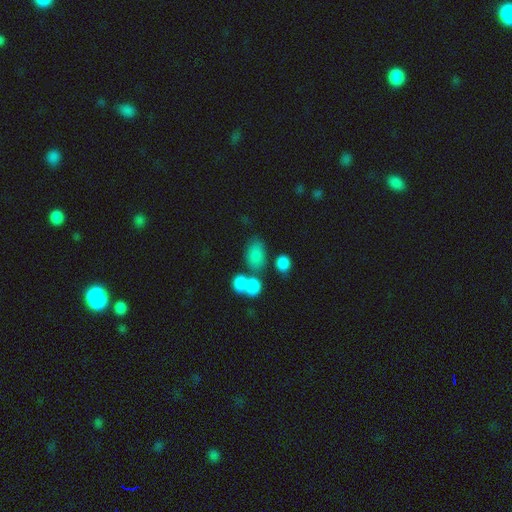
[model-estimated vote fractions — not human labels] This appears to be a smooth galaxy with no disk features (80%) that is in between round and cigar-shaped (81%). Merging: none (45%).